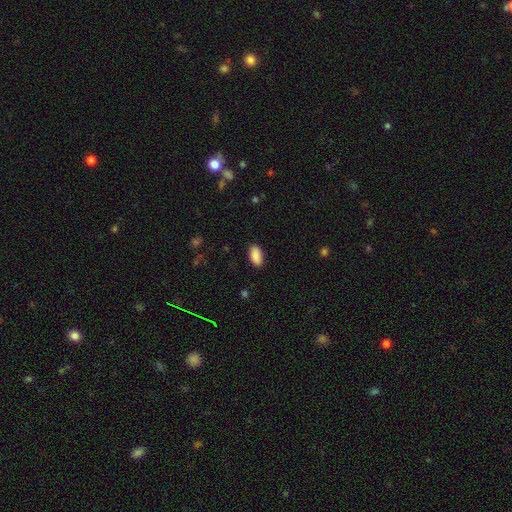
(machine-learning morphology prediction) smooth-or-featured: smooth: 90% | star or artifact: 7% | featured or disk: 4%
  how-rounded: in between: 93% | cigar-shaped: 5% | round: 2%
  merging: none: 88% | minor disturbance: 9% | major disturbance: 2% | merger: 1%